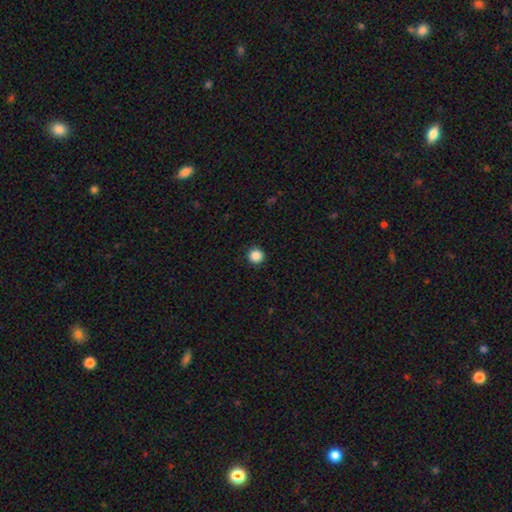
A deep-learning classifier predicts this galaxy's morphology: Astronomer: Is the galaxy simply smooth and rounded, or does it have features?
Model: smooth — 87%.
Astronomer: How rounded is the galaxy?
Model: round — 96%.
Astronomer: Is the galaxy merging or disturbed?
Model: none — 93%.